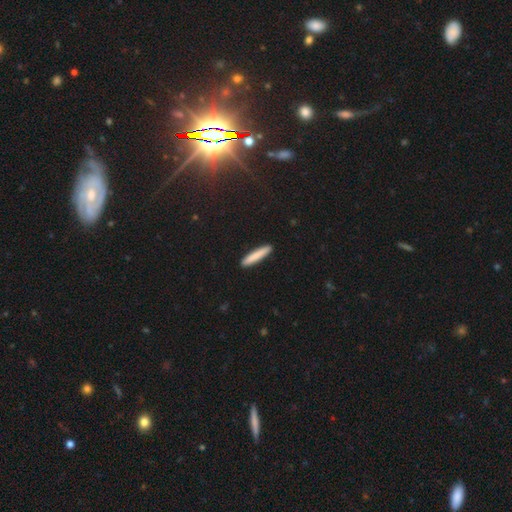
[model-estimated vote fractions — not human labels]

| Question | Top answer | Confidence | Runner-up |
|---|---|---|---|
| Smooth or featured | smooth | 82% | featured or disk (12%) |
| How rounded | cigar-shaped | 92% | in between (7%) |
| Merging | none | 92% | minor disturbance (6%) |